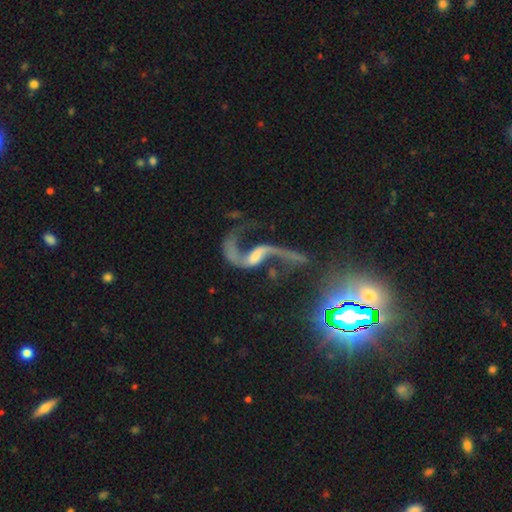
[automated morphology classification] smooth-or-featured: featured or disk: 64% | star or artifact: 28% | smooth: 8%
  disk-edge-on: no: 93% | yes: 7%
    bar: no: 39% | weak: 34% | strong: 27%
    has-spiral-arms: yes: 90% | no: 10%
      spiral-winding: loose: 73% | medium: 20% | tight: 7%
      spiral-arm-count: 2: 85% | 1: 8% | can't tell: 3% | 3: 2% | 4: 1% | more than 4: 1%
    bulge-size: small: 45% | moderate: 33% | none: 13% | large: 6% | dominant: 3%
  merging: none: 47% | major disturbance: 21% | merger: 18% | minor disturbance: 14%